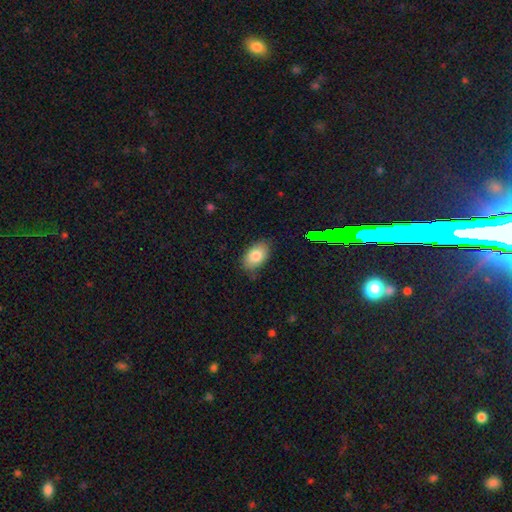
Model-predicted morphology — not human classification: Q: Smooth or featured?
A: smooth (81%); runner-up: featured or disk (10%)
Q: How rounded?
A: in between (90%); runner-up: round (9%)
Q: Merging?
A: none (79%); runner-up: minor disturbance (16%)